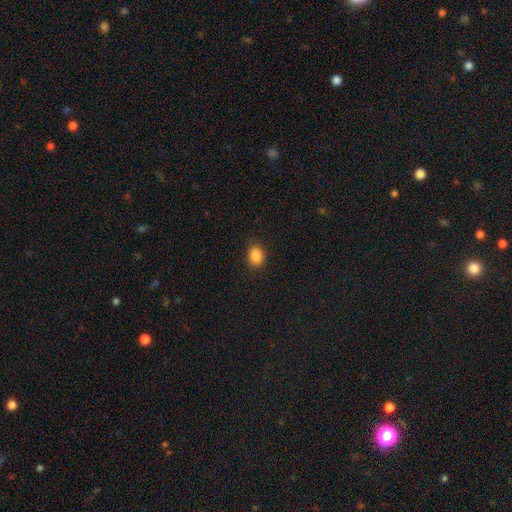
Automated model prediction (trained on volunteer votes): Smooth or featured: smooth — 87% (star or artifact — 10%)
How rounded: in between — 50% (round — 49%)
Merging: none — 88% (minor disturbance — 8%)